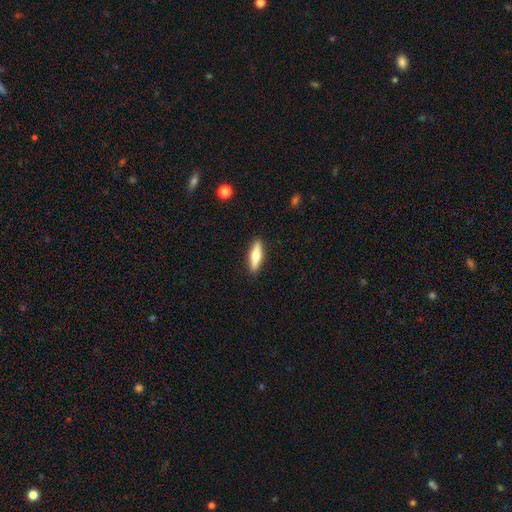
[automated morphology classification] Smooth or featured? Predicted: smooth (p=0.56). How rounded? Predicted: cigar-shaped (p=0.64). Merging? Predicted: none (p=0.90).